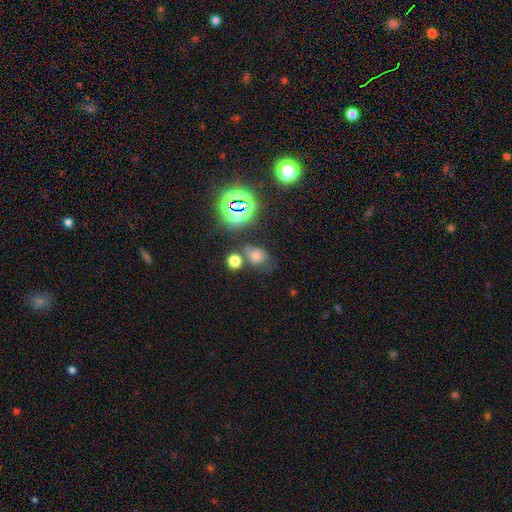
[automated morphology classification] smooth-or-featured: smooth: 60% | star or artifact: 29% | featured or disk: 11%
  how-rounded: in between: 55% | round: 44% | cigar-shaped: 1%
  merging: none: 55% | minor disturbance: 20% | merger: 15% | major disturbance: 10%